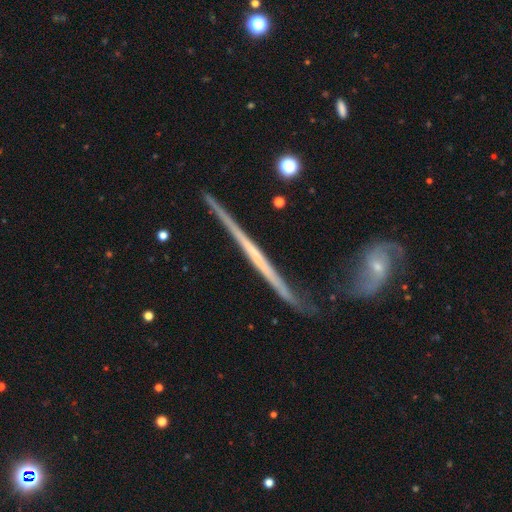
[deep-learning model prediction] This appears to be a featured or disk galaxy (76%) viewed edge-on (94%) with no central bulge (84%). Merging: none (66%).